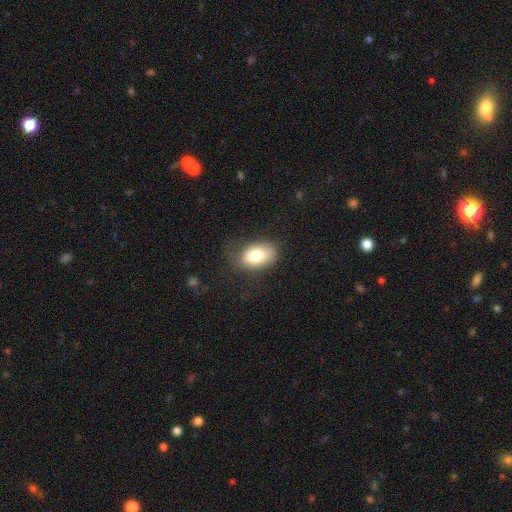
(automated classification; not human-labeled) Smooth or featured? smooth (80%)
How rounded? in between (89%)
Merging? none (64%)